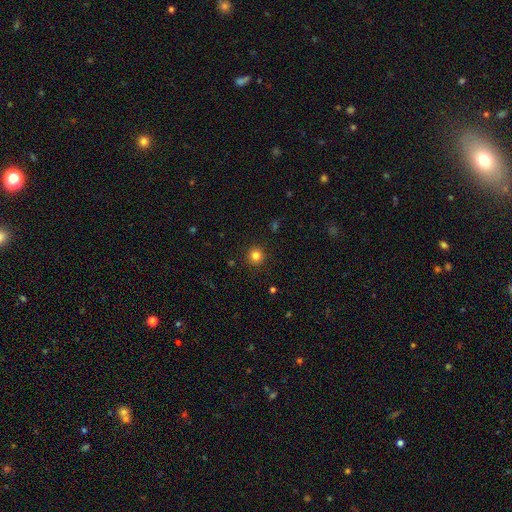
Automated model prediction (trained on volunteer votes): Morphology: type=smooth (83%); roundness=round (95%); merging=none (92%).